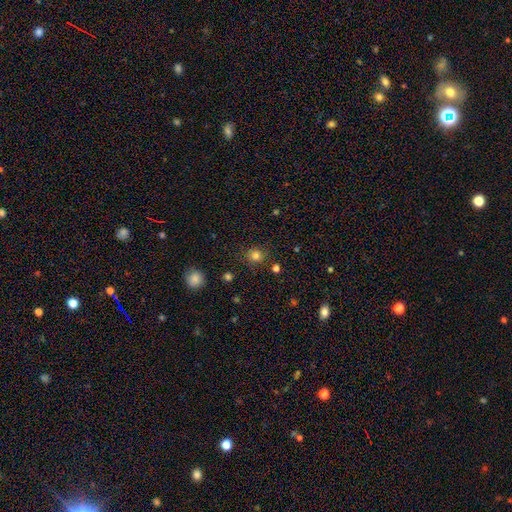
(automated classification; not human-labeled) This appears to be a smooth galaxy with no disk features (80%) that is round (87%). Merging: none (85%).